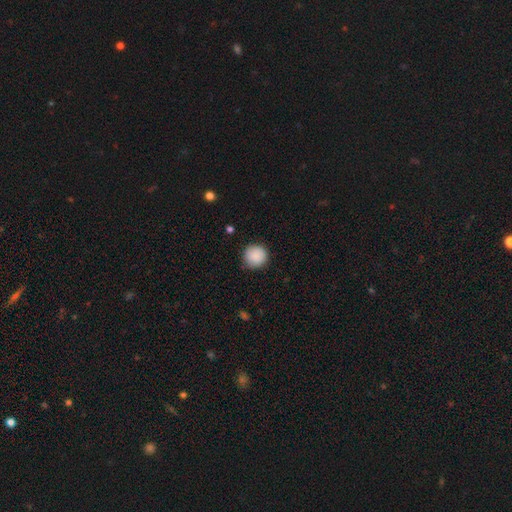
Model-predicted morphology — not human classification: Smooth or featured? Predicted: smooth (p=0.89). How rounded? Predicted: round (p=0.94). Merging? Predicted: none (p=0.88).